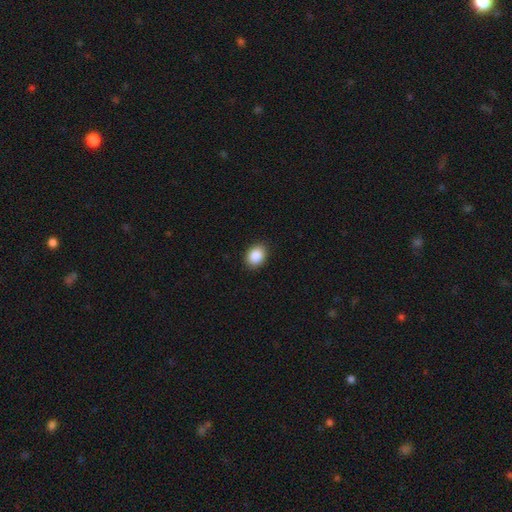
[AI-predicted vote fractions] A smooth galaxy with no disk features (88%) that is in between round and cigar-shaped (64%).

Vote fractions:
- Smooth or featured? smooth: 88% / star or artifact: 8% / featured or disk: 4%
- How rounded? in between: 64% / round: 35% / cigar-shaped: 1%
- Merging? none: 89% / minor disturbance: 9% / major disturbance: 2% / merger: 1%